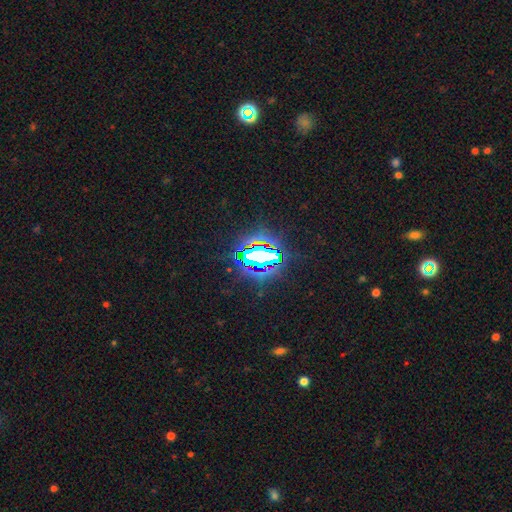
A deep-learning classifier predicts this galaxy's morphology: A star or artifact, not a galaxy (74%).

Vote fractions:
- Smooth or featured? star or artifact: 74% / smooth: 14% / featured or disk: 12%